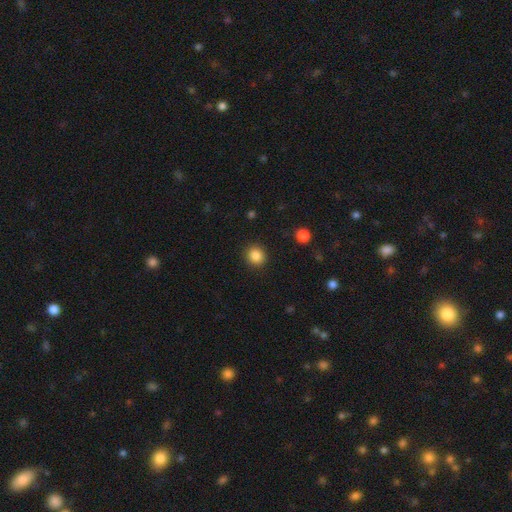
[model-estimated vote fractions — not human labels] Overall: smooth (86%). How rounded: round (86%). Merging: none (91%).